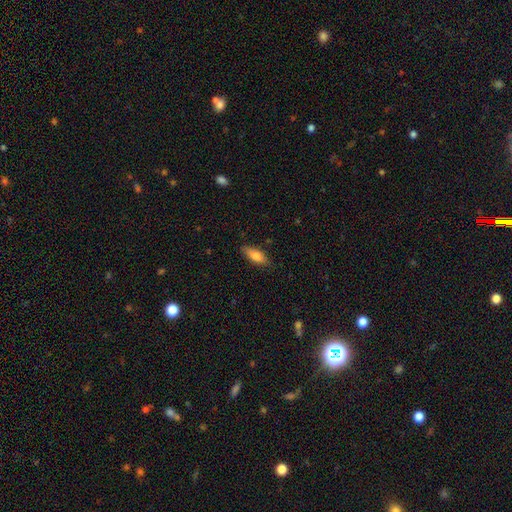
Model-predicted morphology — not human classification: type=smooth (78%); roundness=in between (70%); merging=none (82%).